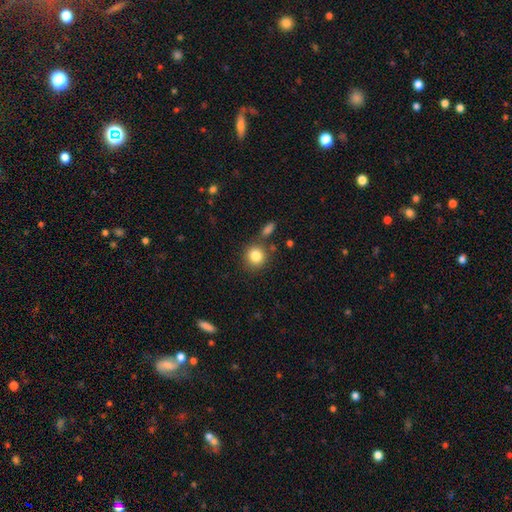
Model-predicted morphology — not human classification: Smooth or featured?
  - smooth: 84% *
  - star or artifact: 10%
  - featured or disk: 7%
How rounded?
  - round: 89% *
  - in between: 10%
  - cigar-shaped: 1%
Merging?
  - none: 80% *
  - minor disturbance: 9%
  - merger: 8%
  - major disturbance: 3%